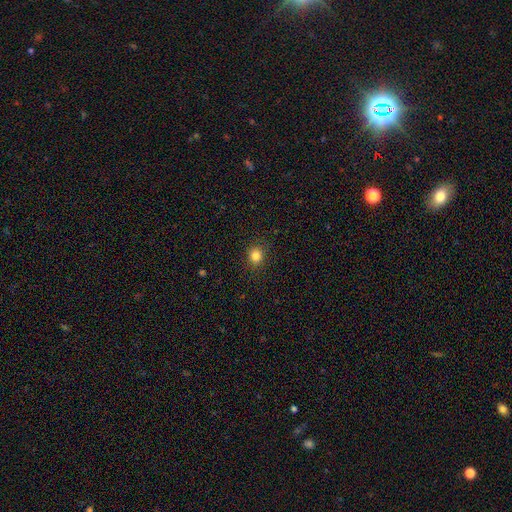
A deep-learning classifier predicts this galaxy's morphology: The model was most divided on "how rounded": round: 81%, in between: 18%, cigar-shaped: 1%. More confident: merging — none (88%); smooth or featured — smooth (83%).